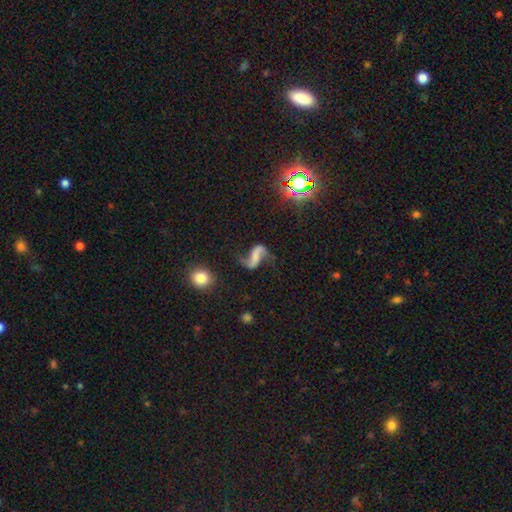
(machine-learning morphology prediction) Overall: featured or disk (82%). Edge-on disk: no (97%). Bar: strong (35%; weak 33%). Spiral arms: yes (95%). Spiral arm count: 2 (92%). Spiral winding: loose (88%). Bulge size: none (67%). Merging: none (68%).